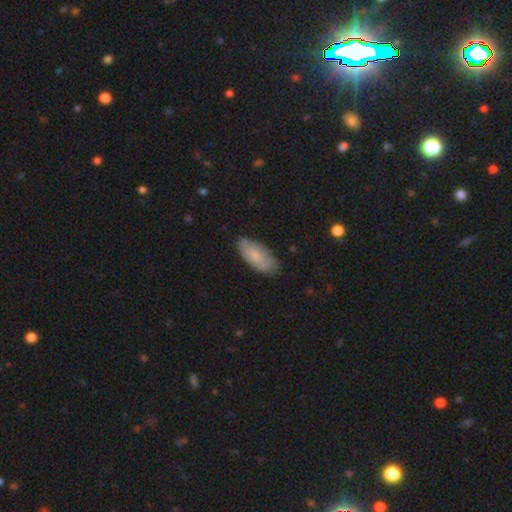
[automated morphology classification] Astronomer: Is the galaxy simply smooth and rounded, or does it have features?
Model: smooth — 73%.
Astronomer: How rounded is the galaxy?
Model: in between — 89%.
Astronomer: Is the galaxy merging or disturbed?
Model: none — 79%.